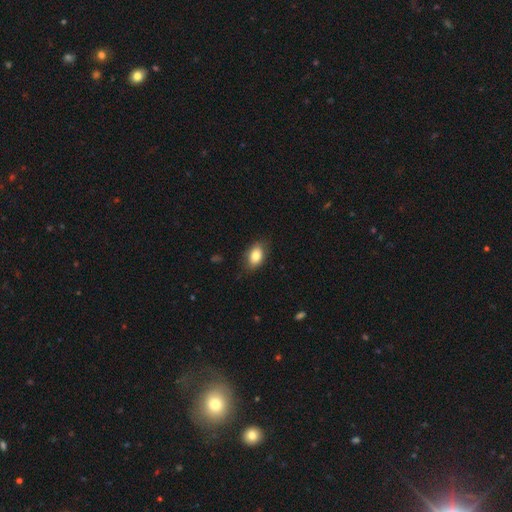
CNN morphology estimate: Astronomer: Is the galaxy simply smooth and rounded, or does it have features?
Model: smooth — 83%.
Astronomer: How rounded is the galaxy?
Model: in between — 86%.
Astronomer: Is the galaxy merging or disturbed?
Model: none — 81%.